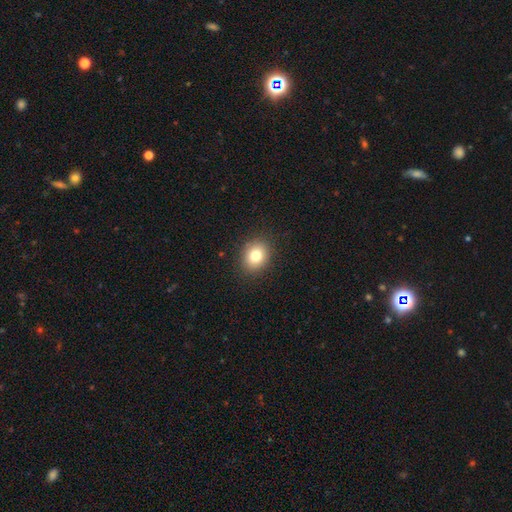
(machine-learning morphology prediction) Smooth or featured? Predicted: smooth (p=0.80). How rounded? Predicted: round (p=0.58). Merging? Predicted: none (p=0.89).